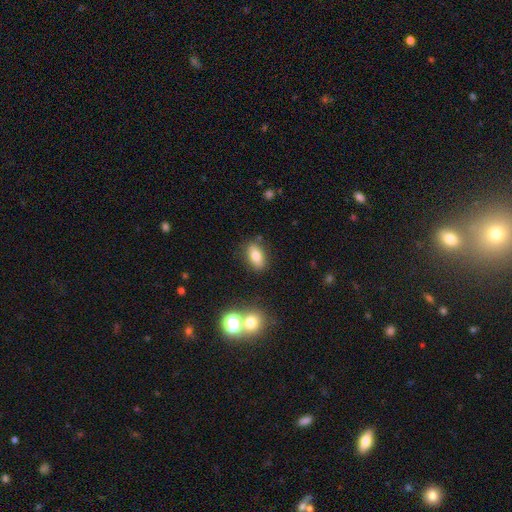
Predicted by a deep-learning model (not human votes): Q: Smooth or featured?
A: smooth (78%); runner-up: featured or disk (12%)
Q: How rounded?
A: in between (85%); runner-up: round (8%)
Q: Merging?
A: none (83%); runner-up: minor disturbance (11%)